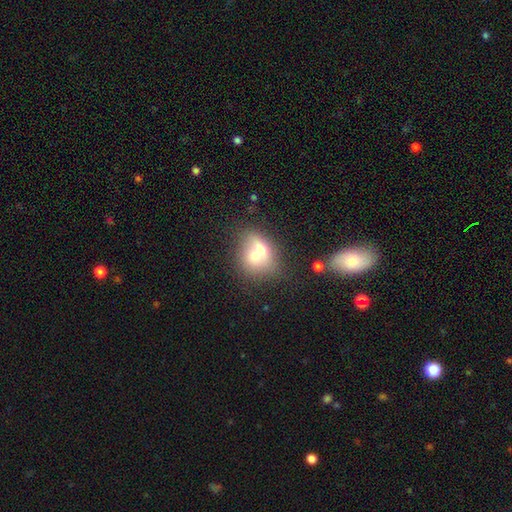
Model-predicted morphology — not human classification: smooth-or-featured: smooth: 62% | featured or disk: 28% | star or artifact: 10%
  how-rounded: round: 61% | in between: 37% | cigar-shaped: 2%
  merging: merger: 68% | none: 21% | minor disturbance: 7% | major disturbance: 4%